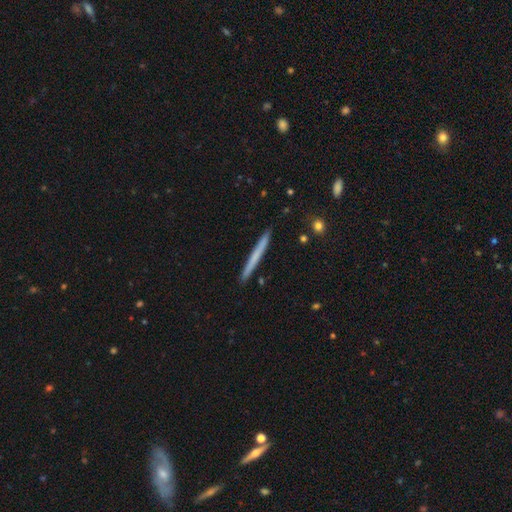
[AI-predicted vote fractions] Smooth or featured: smooth — 59% (featured or disk — 35%)
How rounded: cigar-shaped — 97% (in between — 1%)
Merging: none — 92% (minor disturbance — 6%)